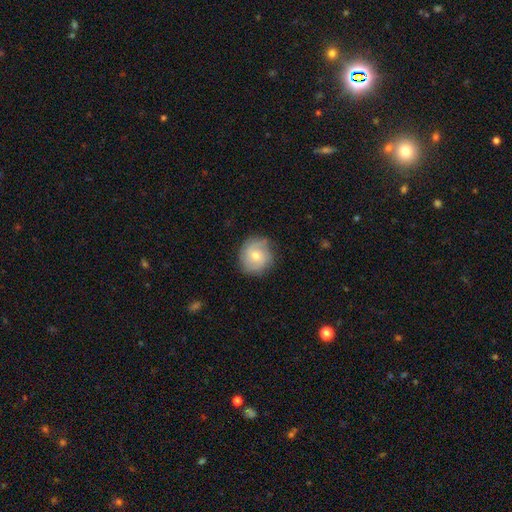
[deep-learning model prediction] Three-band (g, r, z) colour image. It shows a featured or disk galaxy (53%) with no bar (71%), spiral arms (87%) and a moderate central bulge (56%). Merging: none (80%).